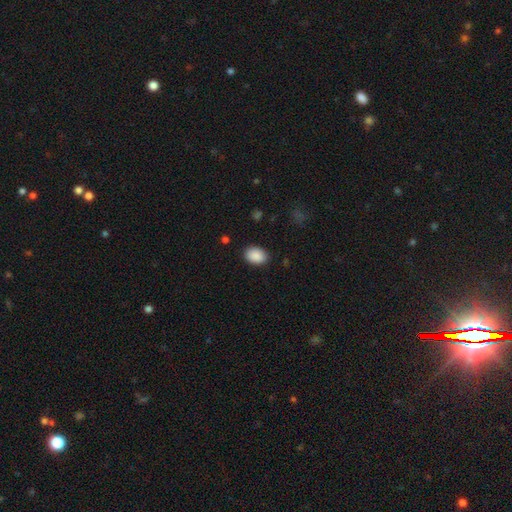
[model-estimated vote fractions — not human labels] Smooth or featured? smooth (90%)
How rounded? in between (79%)
Merging? none (87%)